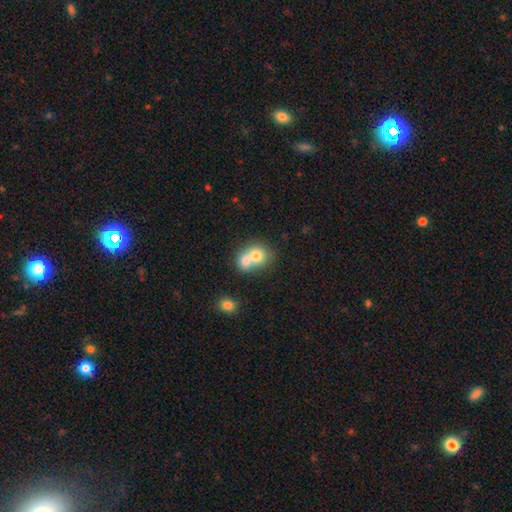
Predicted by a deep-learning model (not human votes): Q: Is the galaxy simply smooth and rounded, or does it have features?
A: smooth — 72%.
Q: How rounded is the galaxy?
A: round — 67%.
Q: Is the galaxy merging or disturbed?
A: merger — 71%.